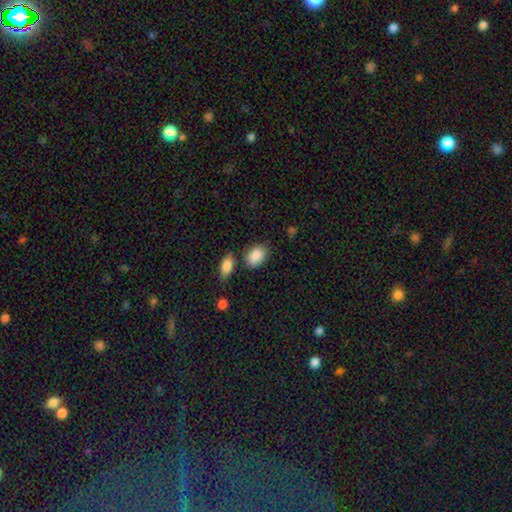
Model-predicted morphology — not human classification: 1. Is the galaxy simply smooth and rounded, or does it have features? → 89% smooth, 7% star or artifact, 4% featured or disk.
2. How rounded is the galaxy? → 85% in between, 14% round, 1% cigar-shaped.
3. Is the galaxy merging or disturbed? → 73% none, 15% minor disturbance, 8% merger, 4% major disturbance.